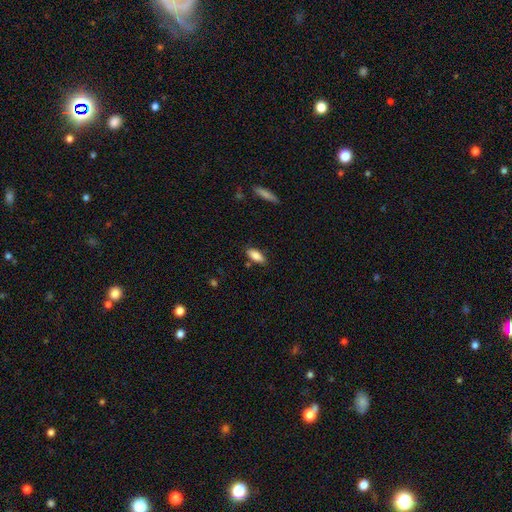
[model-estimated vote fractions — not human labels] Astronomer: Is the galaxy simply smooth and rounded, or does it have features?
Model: smooth — 86%.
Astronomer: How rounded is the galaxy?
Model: in between — 82%.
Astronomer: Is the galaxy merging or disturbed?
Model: none — 81%.